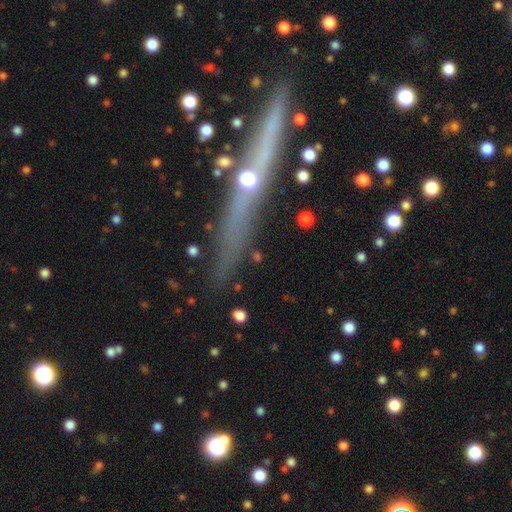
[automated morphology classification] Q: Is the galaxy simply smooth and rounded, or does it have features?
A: smooth — 37%.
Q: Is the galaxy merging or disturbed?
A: none — 76%.